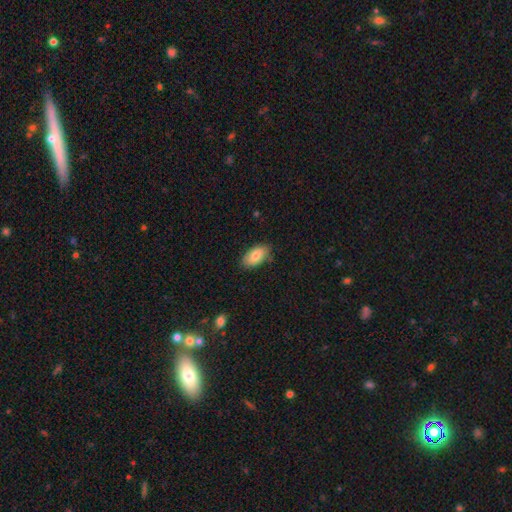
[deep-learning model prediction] Smooth or featured: smooth — 81% (featured or disk — 13%)
How rounded: in between — 94% (round — 4%)
Merging: none — 83% (minor disturbance — 13%)